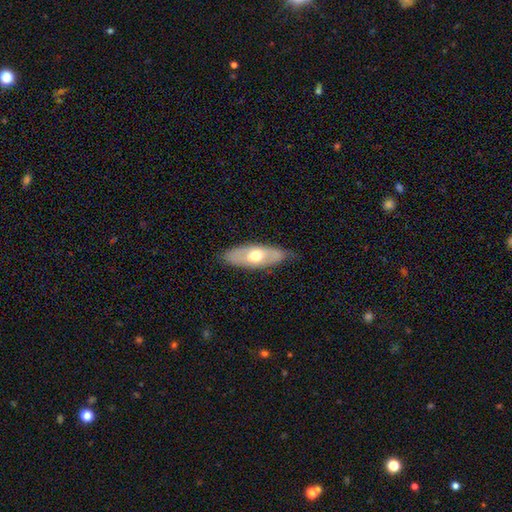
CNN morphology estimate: Overall: smooth (48%; featured or disk 47%). Merging: none (78%).